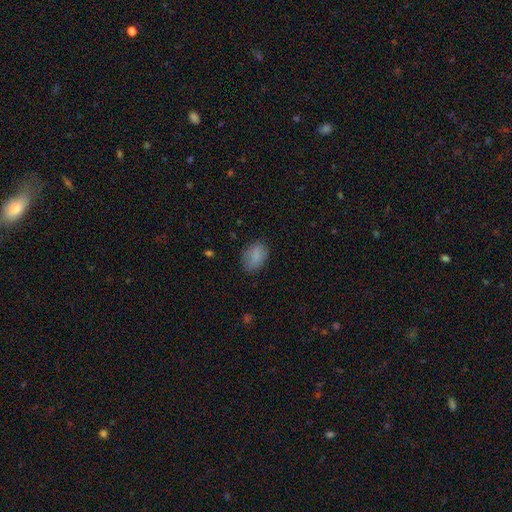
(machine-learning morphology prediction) A smooth galaxy with no disk features (84%) that is in between round and cigar-shaped (80%).

Vote fractions:
- Smooth or featured? smooth: 84% / star or artifact: 9% / featured or disk: 8%
- How rounded? in between: 80% / round: 18% / cigar-shaped: 1%
- Merging? none: 76% / minor disturbance: 18% / major disturbance: 5% / merger: 1%